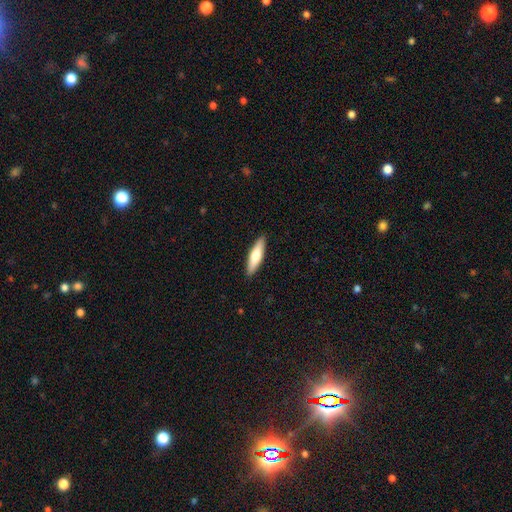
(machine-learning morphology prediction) Smooth or featured? Predicted: smooth (p=0.66). How rounded? Predicted: cigar-shaped (p=0.67). Merging? Predicted: none (p=0.90).